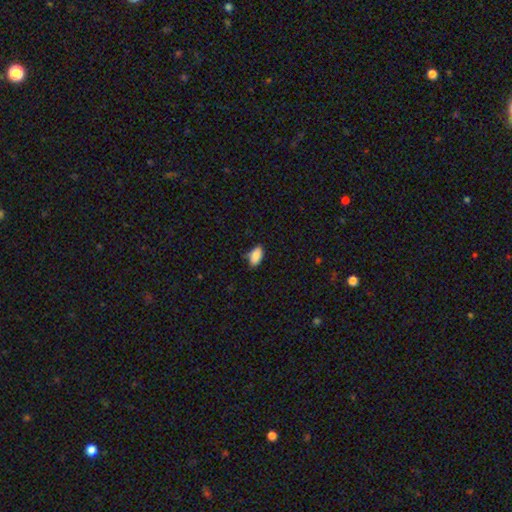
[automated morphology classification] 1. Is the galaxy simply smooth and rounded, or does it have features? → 88% smooth, 7% star or artifact, 5% featured or disk.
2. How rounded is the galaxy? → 92% in between, 4% cigar-shaped, 3% round.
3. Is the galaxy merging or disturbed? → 75% none, 20% minor disturbance, 3% major disturbance, 2% merger.